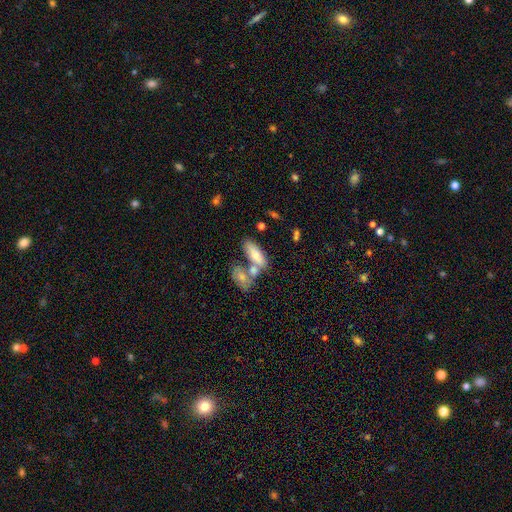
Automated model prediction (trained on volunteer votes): A smooth galaxy with no disk features (71%) that is in between round and cigar-shaped (77%). Merging: merger (46%).